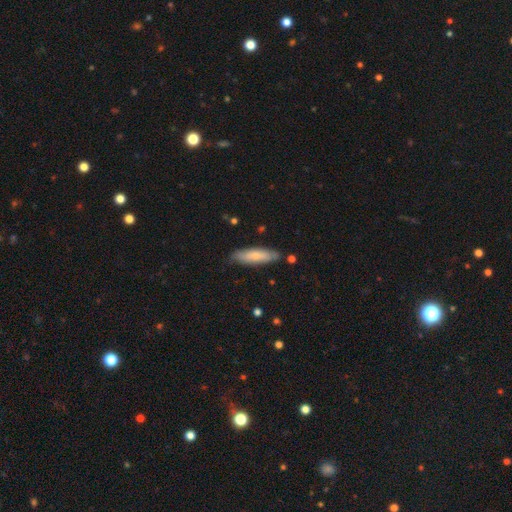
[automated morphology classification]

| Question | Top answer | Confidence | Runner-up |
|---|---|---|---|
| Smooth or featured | smooth | 69% | featured or disk (26%) |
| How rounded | cigar-shaped | 66% | in between (32%) |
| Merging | none | 83% | minor disturbance (13%) |